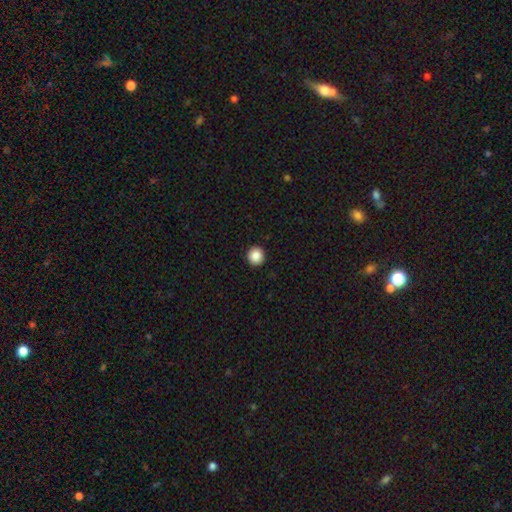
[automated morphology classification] Smooth or featured? smooth (87%)
How rounded? round (93%)
Merging? none (93%)